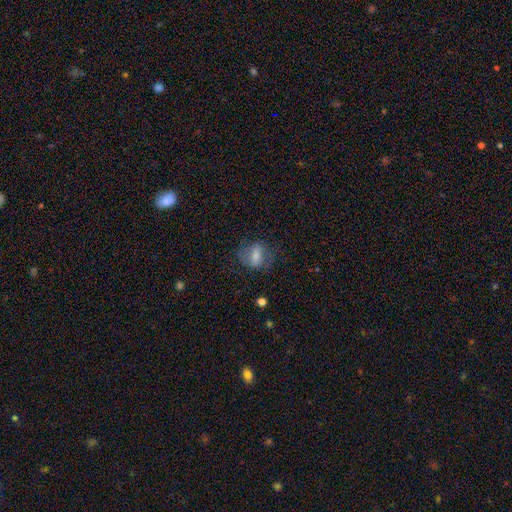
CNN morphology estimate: This is possibly a smooth galaxy (53%). How rounded: possibly in between (60%). Merging: likely none (65%).